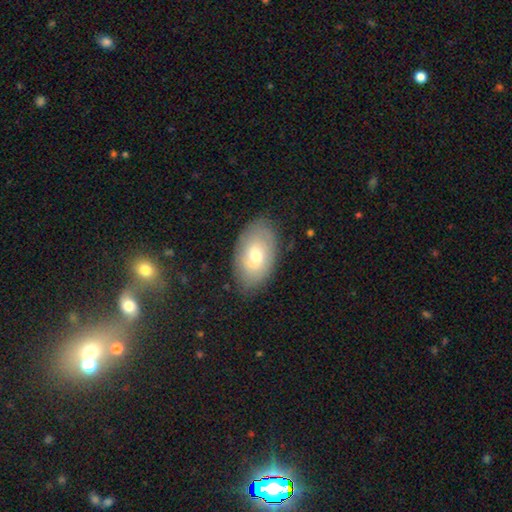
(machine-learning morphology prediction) Q: Smooth or featured?
A: smooth (55%); runner-up: featured or disk (37%)
Q: How rounded?
A: in between (92%); runner-up: round (7%)
Q: Merging?
A: none (77%); runner-up: minor disturbance (16%)